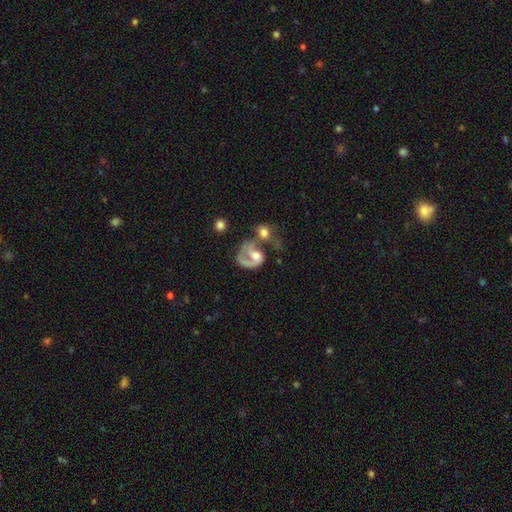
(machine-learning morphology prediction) A featured or disk galaxy (71%) with no bar (61%), 1 (53%) medium (42%) spiral arms (79%) and a moderate central bulge (60%).

Vote fractions:
- Smooth or featured? featured or disk: 71% / smooth: 23% / star or artifact: 7%
- Edge-on disk? no: 98% / yes: 2%
- Bar? no: 61% / weak: 31% / strong: 9%
- Spiral arms? yes: 79% / no: 21%
- Spiral winding? medium: 42% / loose: 34% / tight: 24%
- Spiral arm count? 1: 53% / 2: 35% / can't tell: 8% / 3: 2% / 4: 1% / more than 4: 1%
- Bulge size? moderate: 60% / small: 19% / large: 13% / none: 7% / dominant: 2%
- Merging? merger: 46% / major disturbance: 25% / none: 18% / minor disturbance: 11%